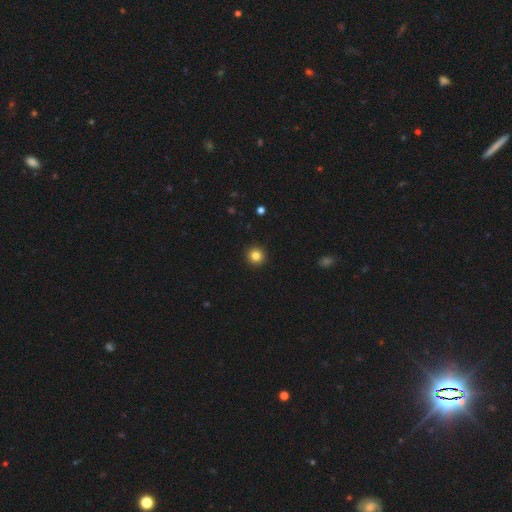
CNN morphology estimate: smooth-or-featured: smooth: 83% | star or artifact: 11% | featured or disk: 5%
  how-rounded: round: 95% | in between: 4% | cigar-shaped: 1%
  merging: none: 94% | minor disturbance: 4% | major disturbance: 1% | merger: 1%